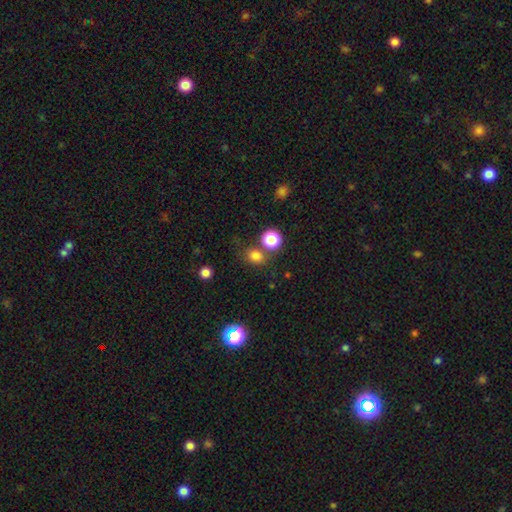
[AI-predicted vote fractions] The model was most divided on "how rounded": round: 69%, in between: 30%, cigar-shaped: 1%. More confident: smooth or featured — smooth (78%); merging — none (66%).